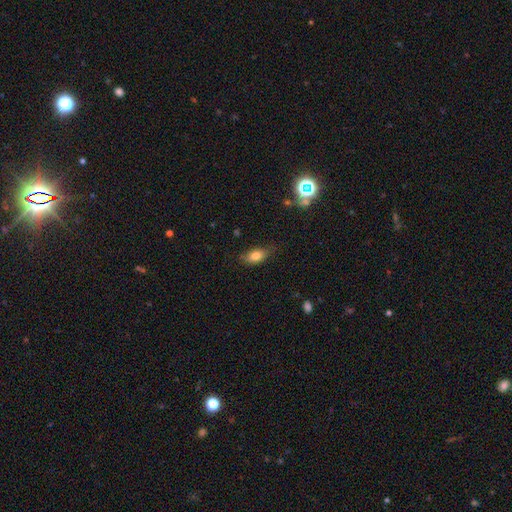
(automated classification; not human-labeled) smooth 78%, featured or disk 13%, star or artifact 9%. Down the decision tree: how rounded — in between (84%); merging — none (68%).